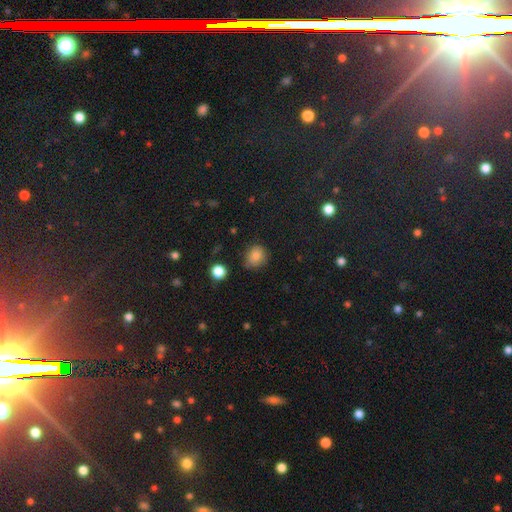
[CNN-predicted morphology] Q: Smooth or featured?
A: smooth (82%); runner-up: star or artifact (12%)
Q: How rounded?
A: round (82%); runner-up: in between (17%)
Q: Merging?
A: none (75%); runner-up: minor disturbance (18%)